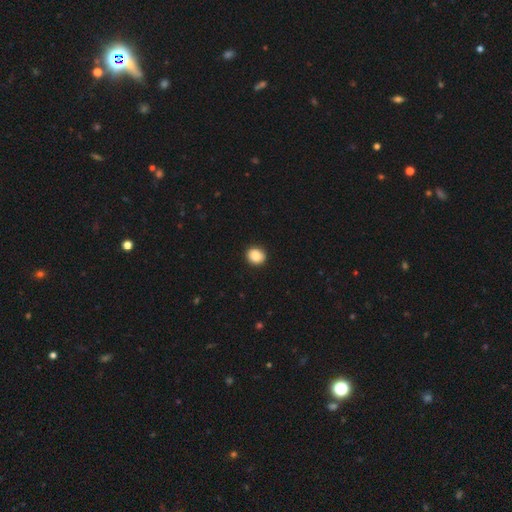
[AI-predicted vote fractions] smooth 89%, star or artifact 8%, featured or disk 3%. Down the decision tree: how rounded — round (71%); merging — none (91%).